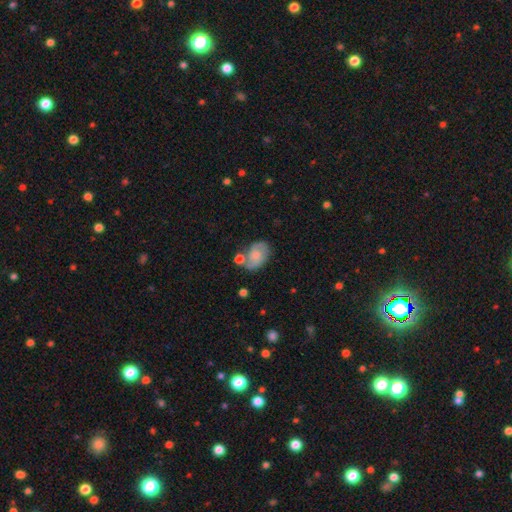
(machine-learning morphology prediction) Q: Smooth or featured?
A: featured or disk (52%); runner-up: smooth (39%)
Q: Edge-on disk?
A: no (97%); runner-up: yes (3%)
Q: Bar?
A: no (68%); runner-up: weak (28%)
Q: Spiral arms?
A: yes (84%); runner-up: no (16%)
Q: Bulge size?
A: small (35%); runner-up: moderate (29%)
Q: Merging?
A: none (53%); runner-up: minor disturbance (21%)